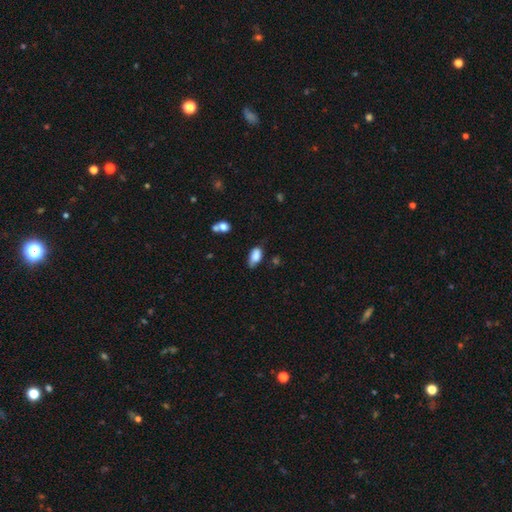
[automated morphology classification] Overall: smooth (83%). How rounded: in between (91%). Merging: none (58%; minor disturbance 32%).